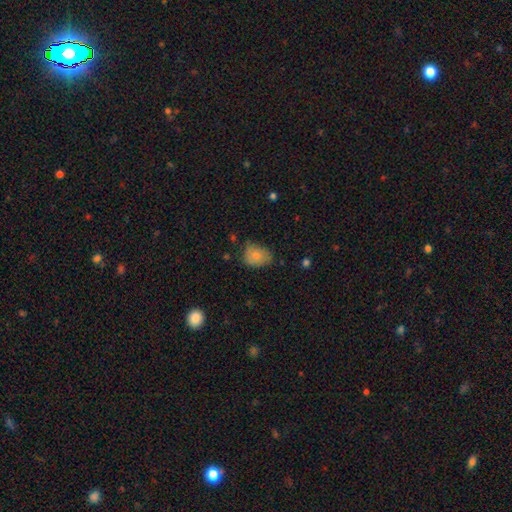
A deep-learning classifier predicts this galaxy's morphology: smooth 79%, featured or disk 13%, star or artifact 9%. Down the decision tree: how rounded — in between (61%); merging — none (57%).